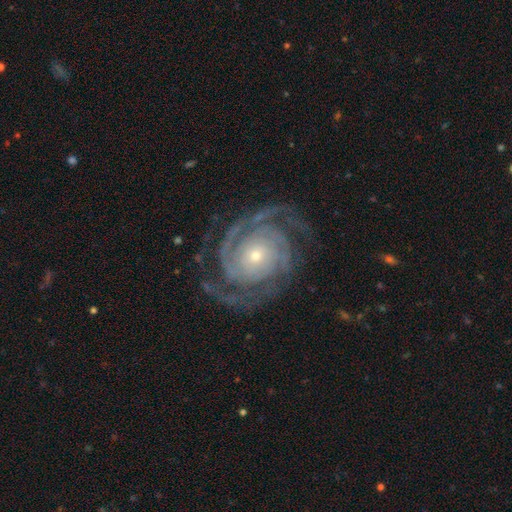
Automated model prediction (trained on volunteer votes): This appears to be a featured or disk galaxy (93%) with no bar (76%), 2 (58%) tight (71%) spiral arms (99%) and a small central bulge (68%). Merging: none (78%).